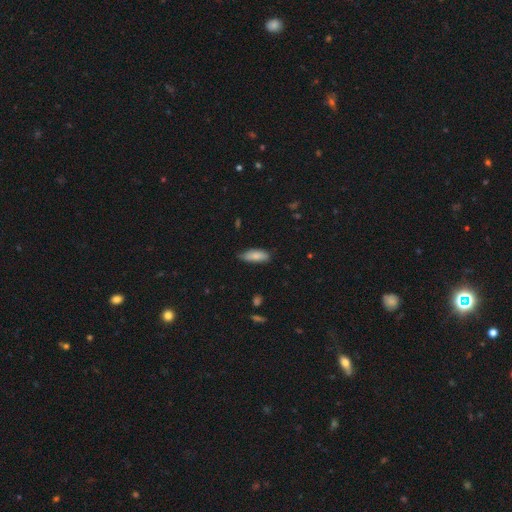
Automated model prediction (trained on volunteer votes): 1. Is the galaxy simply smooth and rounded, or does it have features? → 82% smooth, 11% featured or disk, 6% star or artifact.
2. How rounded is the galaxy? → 73% in between, 25% cigar-shaped, 2% round.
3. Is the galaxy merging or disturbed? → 67% none, 27% minor disturbance, 4% major disturbance, 1% merger.